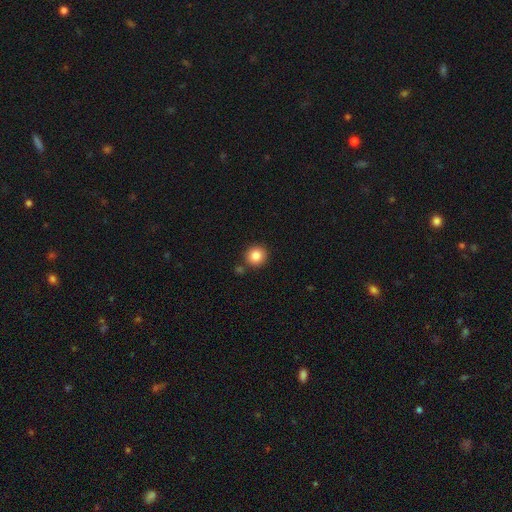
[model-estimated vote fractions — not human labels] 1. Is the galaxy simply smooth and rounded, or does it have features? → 84% smooth, 10% star or artifact, 6% featured or disk.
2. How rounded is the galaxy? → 92% round, 7% in between, 1% cigar-shaped.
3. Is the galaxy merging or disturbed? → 84% none, 8% minor disturbance, 6% merger, 2% major disturbance.